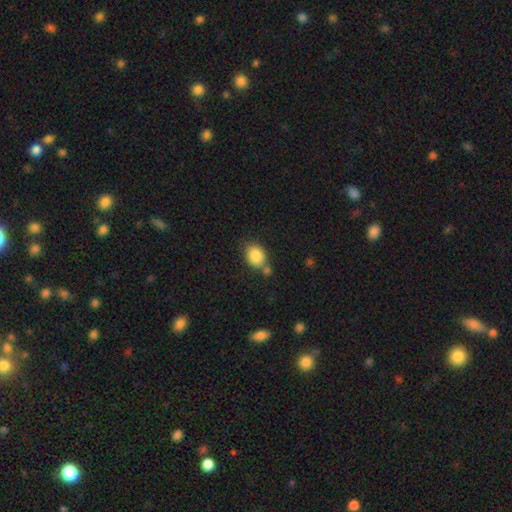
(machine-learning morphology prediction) smooth-or-featured: smooth: 85% | star or artifact: 8% | featured or disk: 7%
  how-rounded: in between: 56% | round: 43% | cigar-shaped: 1%
  merging: none: 63% | merger: 17% | minor disturbance: 15% | major disturbance: 4%